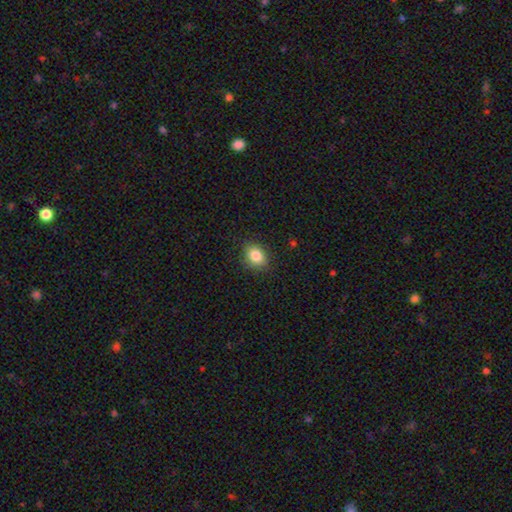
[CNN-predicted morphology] type=smooth (84%); roundness=round (52%); merging=none (87%).